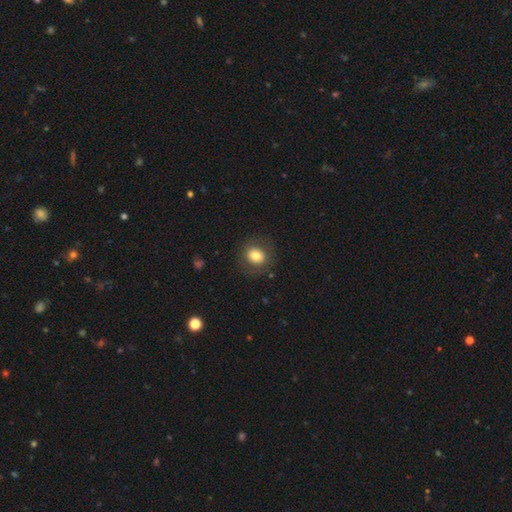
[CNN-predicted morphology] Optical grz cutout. It shows a smooth galaxy with no disk features (79%) that is round (66%). Merging: none (82%).